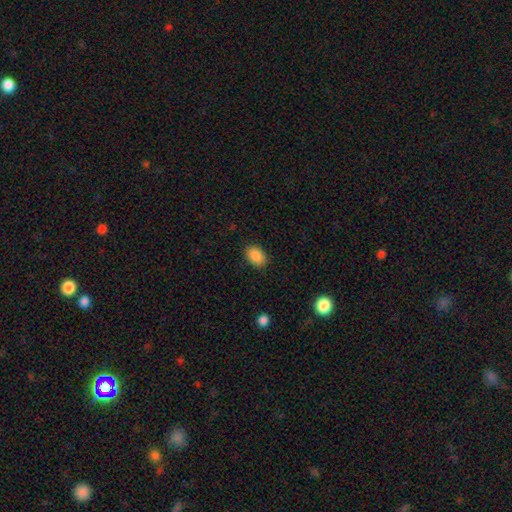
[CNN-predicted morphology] Overall: smooth (88%). How rounded: in between (82%). Merging: none (87%).